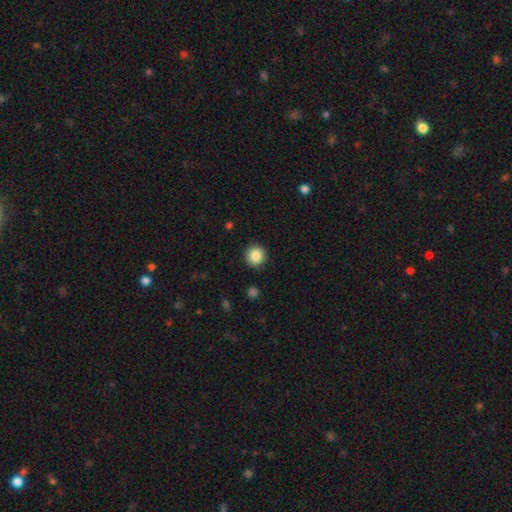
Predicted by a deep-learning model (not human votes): This appears to be a smooth galaxy with no disk features (86%) that is round (95%). Merging: none (92%).